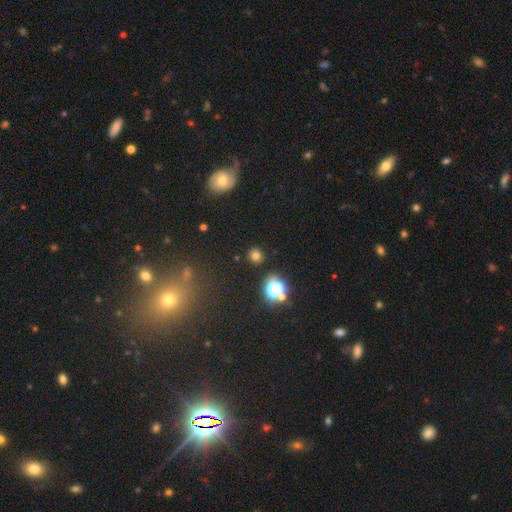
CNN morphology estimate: This appears to be a smooth galaxy with no disk features (73%) that is round (90%). Merging: none (89%).